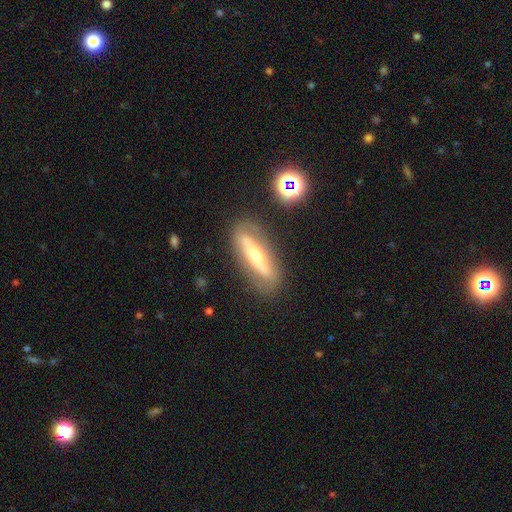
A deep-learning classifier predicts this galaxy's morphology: The model was most divided on "edge-on disk": yes: 56%, no: 44%. More confident: merging — none (77%); smooth or featured — featured or disk (61%).